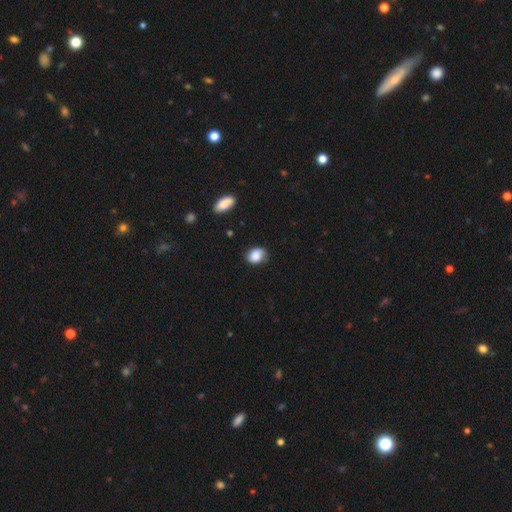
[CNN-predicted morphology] smooth 83%, star or artifact 8%, featured or disk 8%. Down the decision tree: how rounded — in between (50%); merging — none (70%).